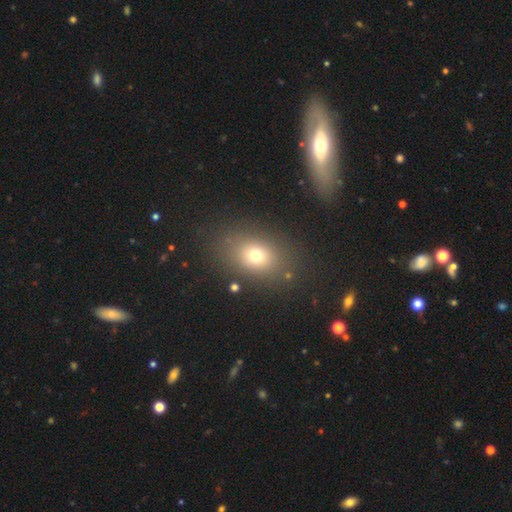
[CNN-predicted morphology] Smooth or featured: smooth — 72% (star or artifact — 16%)
How rounded: in between — 61% (round — 38%)
Merging: none — 83% (minor disturbance — 10%)